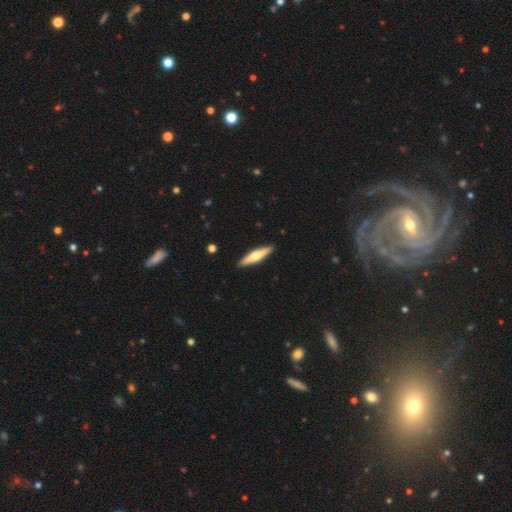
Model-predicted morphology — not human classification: Smooth or featured? smooth (48%)
Merging? none (91%)